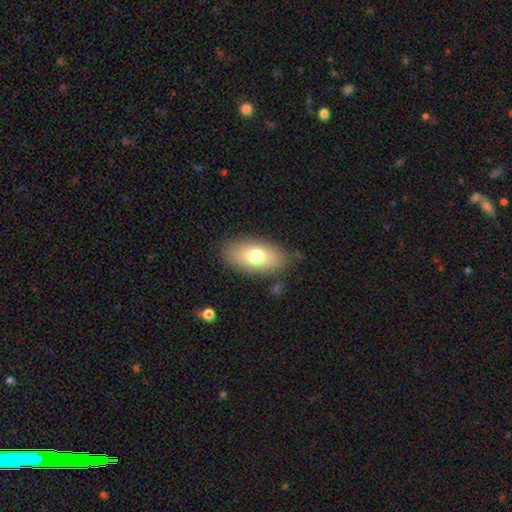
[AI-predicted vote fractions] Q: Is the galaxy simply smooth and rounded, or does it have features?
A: smooth — 72%.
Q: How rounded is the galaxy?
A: in between — 90%.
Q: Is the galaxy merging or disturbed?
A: none — 81%.